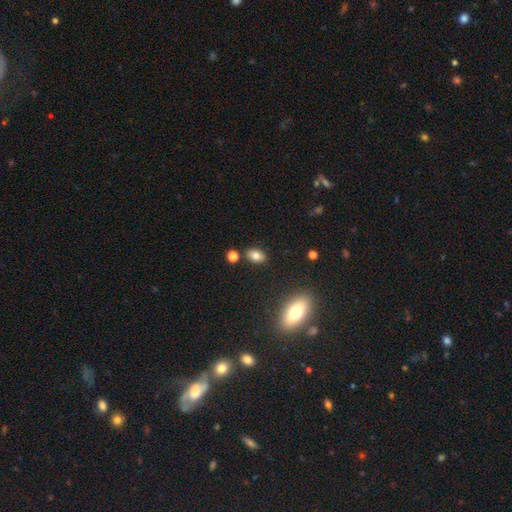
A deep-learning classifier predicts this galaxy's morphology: Smooth or featured?
  - smooth: 79% *
  - star or artifact: 11%
  - featured or disk: 10%
How rounded?
  - in between: 81% *
  - round: 17%
  - cigar-shaped: 2%
Merging?
  - none: 83% *
  - minor disturbance: 10%
  - merger: 5%
  - major disturbance: 3%